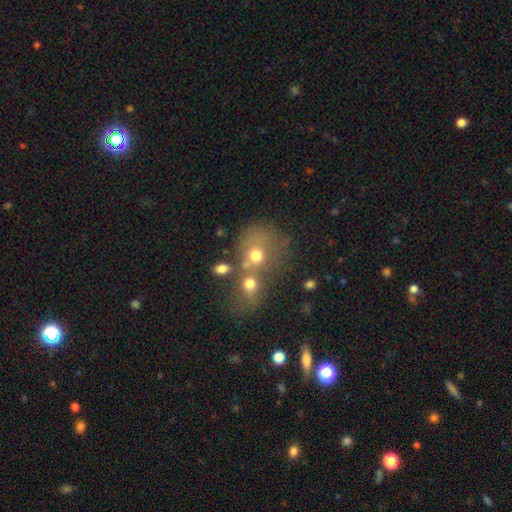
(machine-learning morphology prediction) smooth_or_featured: smooth (p=0.59) [alt: featured or disk p=0.24]
how_rounded: round (p=0.72) [alt: in between p=0.27]
merging: merger (p=0.60) [alt: none p=0.23]